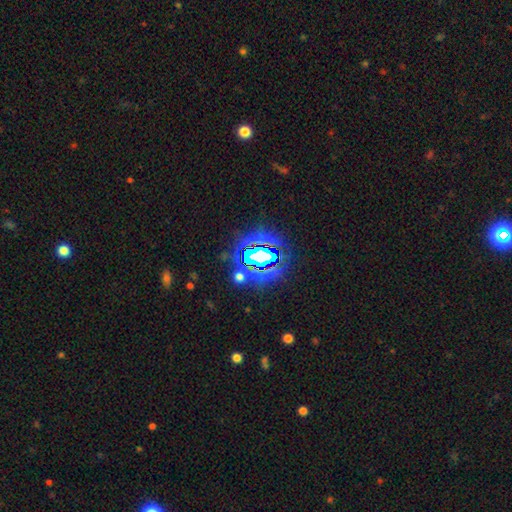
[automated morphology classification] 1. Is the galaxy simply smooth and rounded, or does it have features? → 77% star or artifact, 13% smooth, 10% featured or disk.